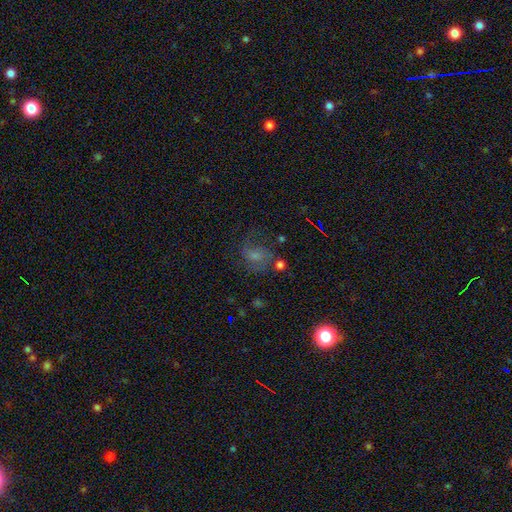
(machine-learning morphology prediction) Smooth or featured?
  - smooth: 43% *
  - featured or disk: 38%
  - star or artifact: 19%
Merging?
  - none: 46% *
  - major disturbance: 25%
  - minor disturbance: 22%
  - merger: 7%